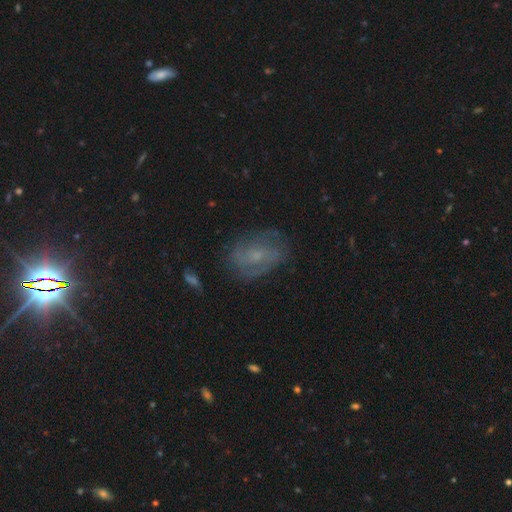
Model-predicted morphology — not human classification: This appears to be a featured or disk galaxy (66%) with no bar (52%), 2 (52%) medium (44%) spiral arms (86%) and a small central bulge (61%). Merging: none (74%).